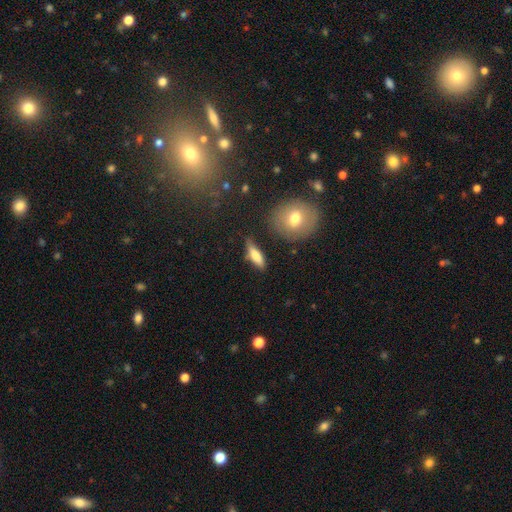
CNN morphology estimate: This appears to be a smooth galaxy with no disk features (74%) that is cigar-shaped (55%). Merging: none (70%).